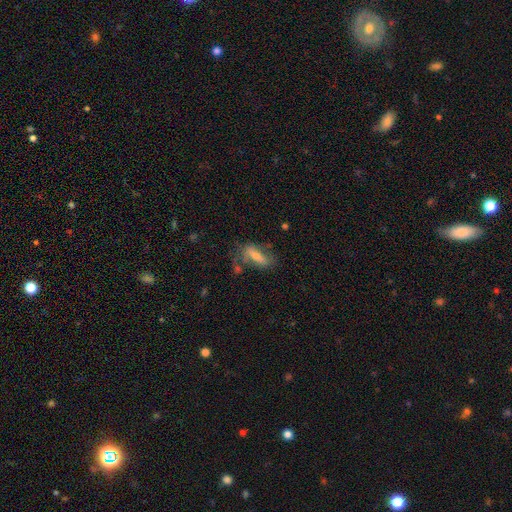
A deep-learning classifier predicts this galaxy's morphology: A smooth galaxy with no disk features (48%).

Vote fractions:
- Smooth or featured? smooth: 48% / featured or disk: 42% / star or artifact: 10%
- Merging? none: 51% / minor disturbance: 24% / major disturbance: 18% / merger: 8%